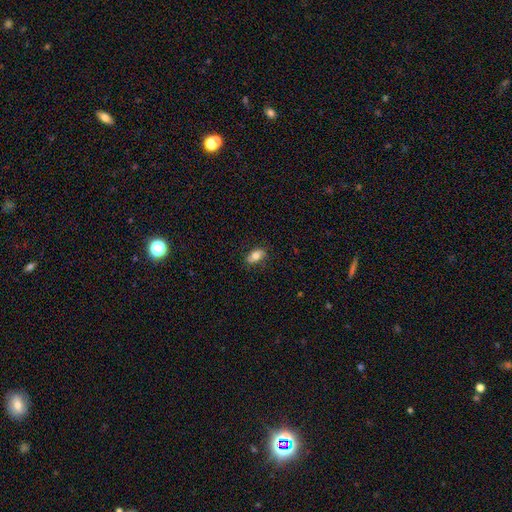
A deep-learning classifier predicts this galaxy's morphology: Smooth or featured? Predicted: smooth (p=0.75). How rounded? Predicted: in between (p=0.88). Merging? Predicted: none (p=0.80).